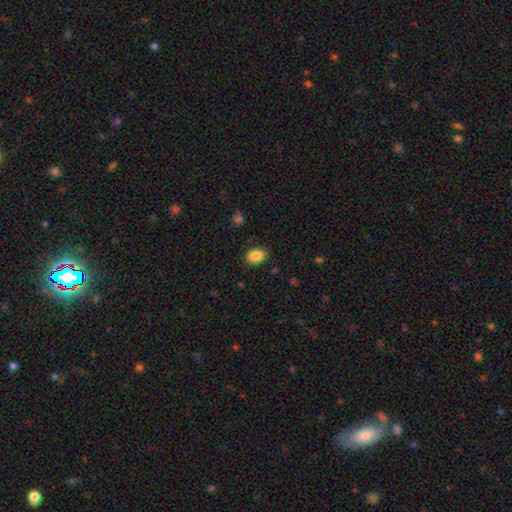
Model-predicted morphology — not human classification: smooth_or_featured: smooth (p=0.88) [alt: star or artifact p=0.08]
how_rounded: in between (p=0.86) [alt: round p=0.12]
merging: none (p=0.85) [alt: minor disturbance p=0.11]